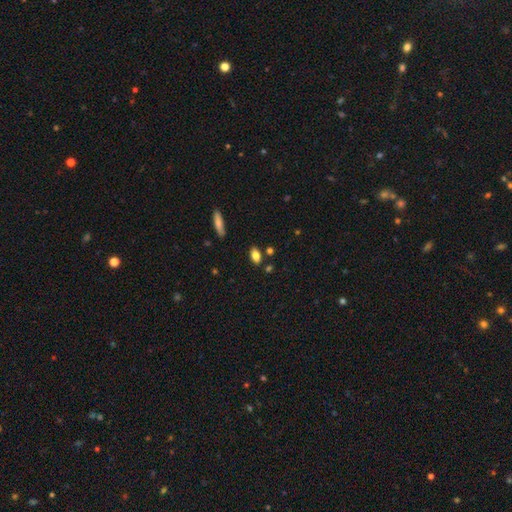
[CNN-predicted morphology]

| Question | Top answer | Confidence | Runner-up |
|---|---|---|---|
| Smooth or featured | smooth | 82% | star or artifact (9%) |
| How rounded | in between | 87% | round (8%) |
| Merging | none | 81% | minor disturbance (11%) |